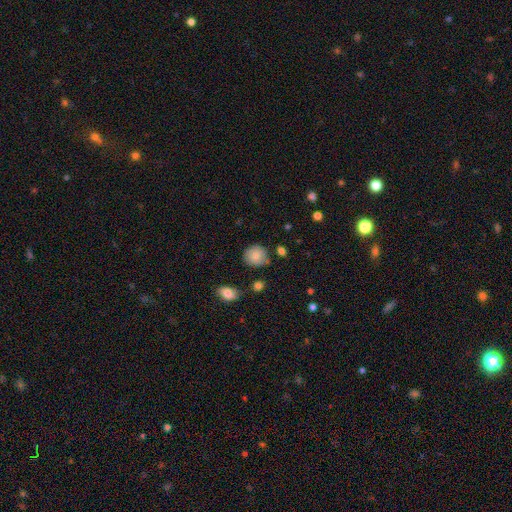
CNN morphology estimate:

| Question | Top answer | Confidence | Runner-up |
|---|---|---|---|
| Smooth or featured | smooth | 82% | featured or disk (9%) |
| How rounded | round | 84% | in between (15%) |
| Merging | none | 77% | minor disturbance (16%) |